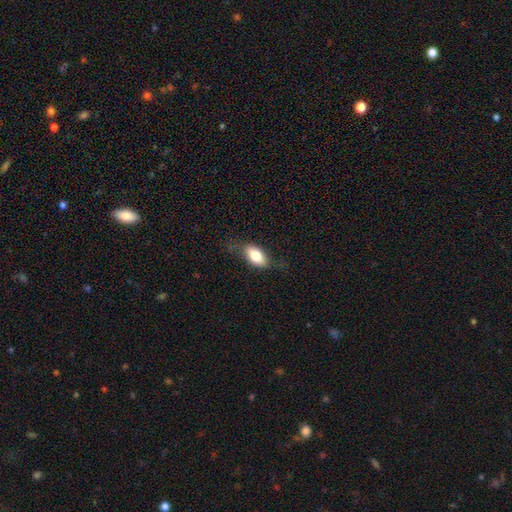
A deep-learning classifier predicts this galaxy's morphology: smooth_or_featured: smooth (p=0.73) [alt: featured or disk p=0.20]
how_rounded: in between (p=0.88) [alt: cigar-shaped p=0.07]
merging: none (p=0.68) [alt: minor disturbance p=0.22]